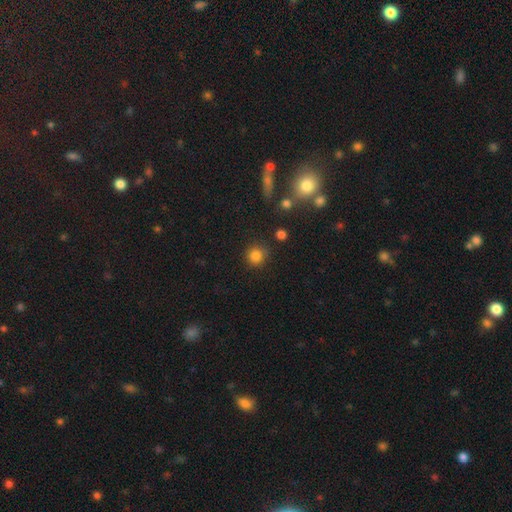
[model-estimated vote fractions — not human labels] Smooth or featured: smooth — 83% (star or artifact — 12%)
How rounded: round — 92% (in between — 7%)
Merging: none — 84% (minor disturbance — 10%)